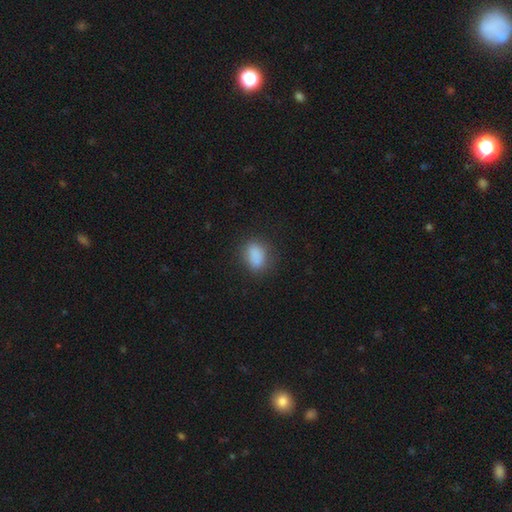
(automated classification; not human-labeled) This appears to be a smooth galaxy with no disk features (84%) that is in between round and cigar-shaped (74%). Merging: none (73%).